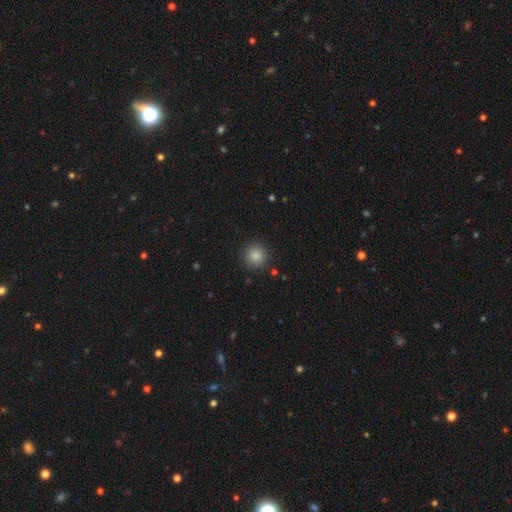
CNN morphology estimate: type=smooth (85%); roundness=round (94%); merging=none (90%).